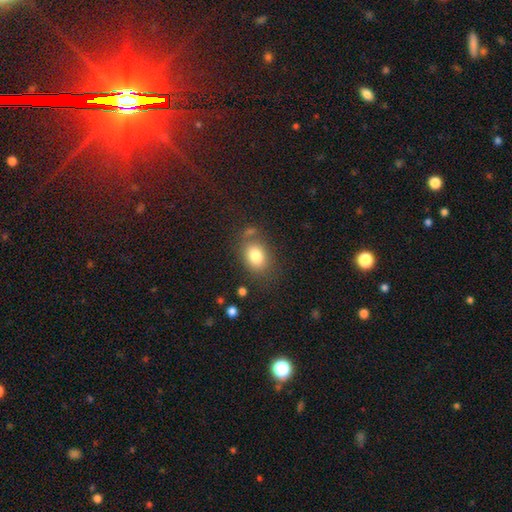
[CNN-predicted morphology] A smooth galaxy with no disk features (81%) that is in between round and cigar-shaped (67%). Merging: none (71%).